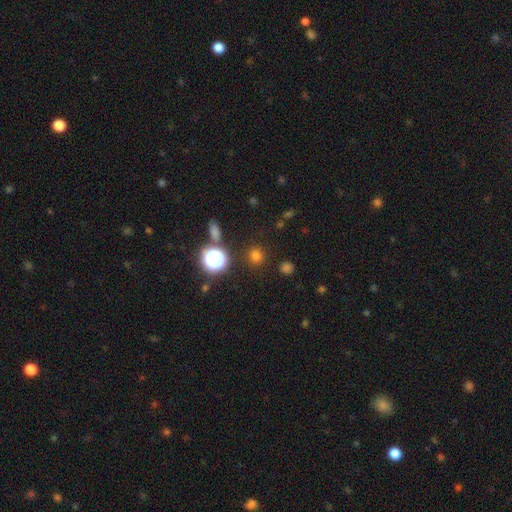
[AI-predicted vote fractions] Smooth or featured?
  - smooth: 73% *
  - star or artifact: 22%
  - featured or disk: 6%
How rounded?
  - round: 91% *
  - in between: 7%
  - cigar-shaped: 1%
Merging?
  - none: 88% *
  - minor disturbance: 7%
  - major disturbance: 3%
  - merger: 3%